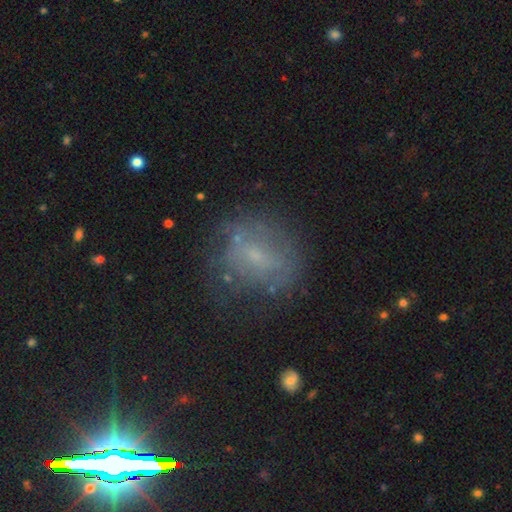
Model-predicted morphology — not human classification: Smooth or featured: smooth — 43% (featured or disk — 37%)
Merging: none — 64% (minor disturbance — 20%)